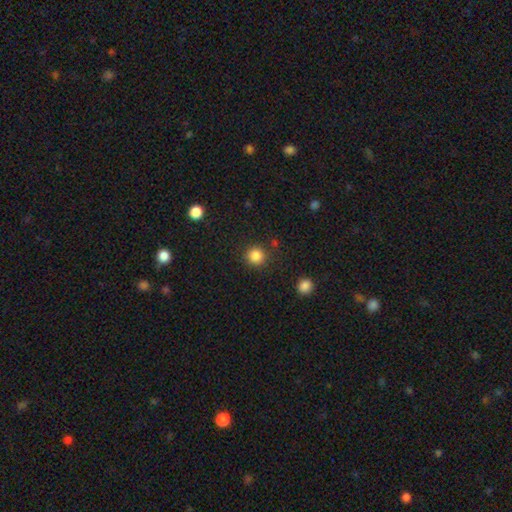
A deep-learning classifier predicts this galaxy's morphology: Overall: smooth (85%). How rounded: round (93%). Merging: none (87%).